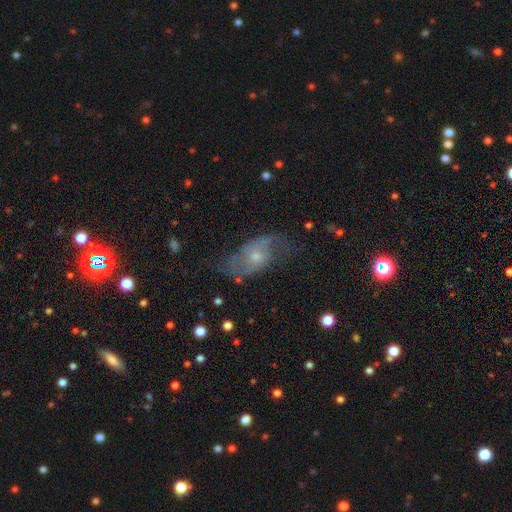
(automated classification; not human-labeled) A featured or disk galaxy (65%) with no bar (70%), spiral arms (79%) and a small central bulge (50%). Merging: none (55%).